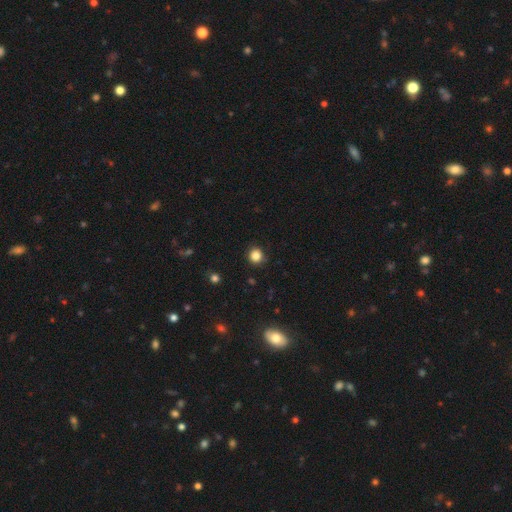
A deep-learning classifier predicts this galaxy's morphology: Overall: smooth (84%). How rounded: round (90%). Merging: none (88%).